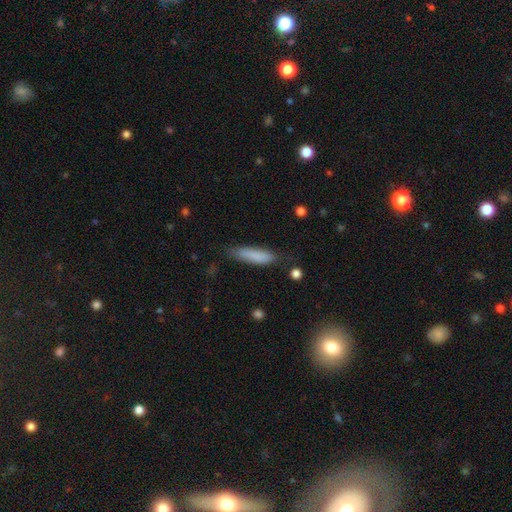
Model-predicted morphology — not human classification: smooth-or-featured: smooth: 83% | featured or disk: 10% | star or artifact: 7%
  how-rounded: cigar-shaped: 72% | in between: 26% | round: 2%
  merging: none: 75% | minor disturbance: 19% | major disturbance: 4% | merger: 2%